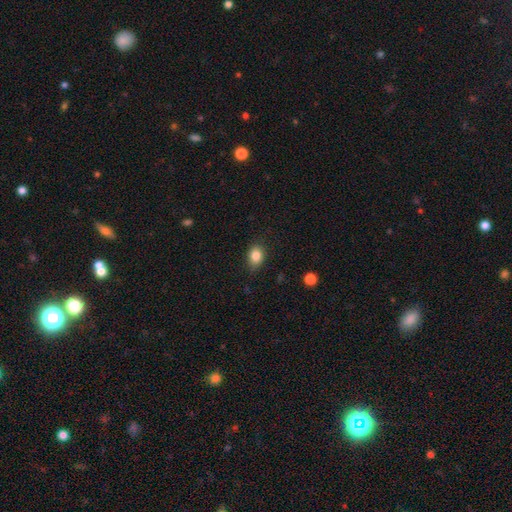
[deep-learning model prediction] A smooth galaxy with no disk features (84%) that is in between round and cigar-shaped (62%). Merging: none (79%).